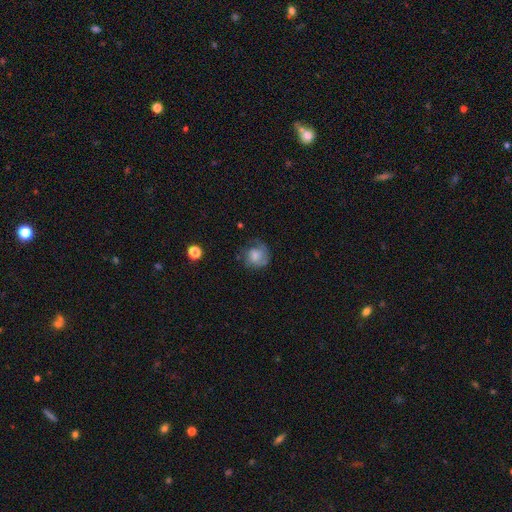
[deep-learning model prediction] Smooth or featured?
  - smooth: 49% *
  - featured or disk: 42%
  - star or artifact: 9%
Merging?
  - none: 53% *
  - minor disturbance: 25%
  - major disturbance: 20%
  - merger: 2%